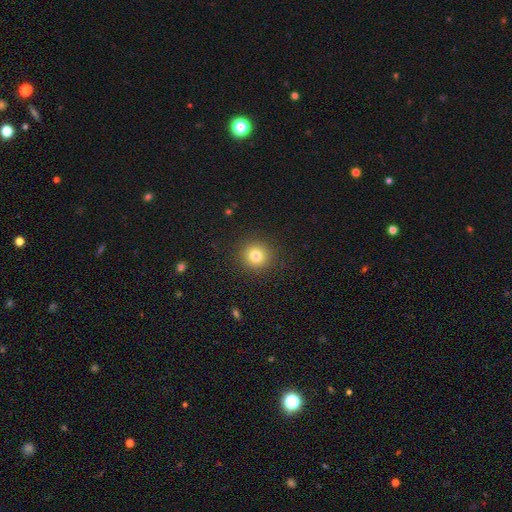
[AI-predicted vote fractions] smooth-or-featured: smooth: 80% | star or artifact: 13% | featured or disk: 7%
  how-rounded: round: 93% | in between: 7% | cigar-shaped: 1%
  merging: none: 91% | minor disturbance: 6% | major disturbance: 2% | merger: 1%